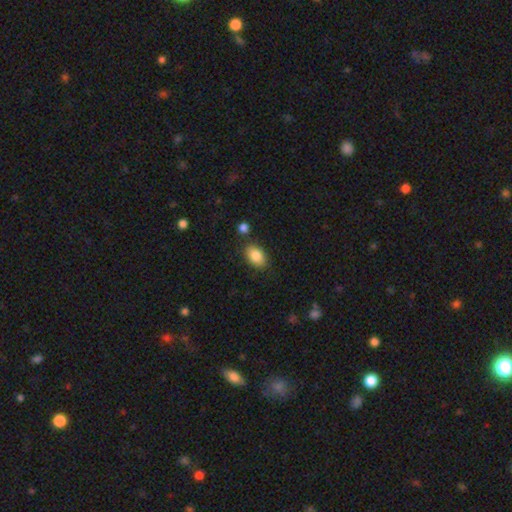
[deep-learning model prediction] smooth-or-featured: smooth: 86% | star or artifact: 7% | featured or disk: 6%
  how-rounded: in between: 86% | round: 13% | cigar-shaped: 1%
  merging: none: 80% | minor disturbance: 12% | merger: 5% | major disturbance: 3%